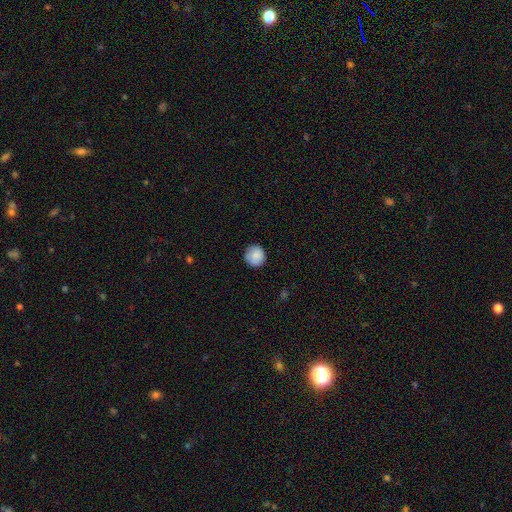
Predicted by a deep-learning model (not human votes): Smooth or featured? smooth (86%)
How rounded? round (93%)
Merging? none (86%)